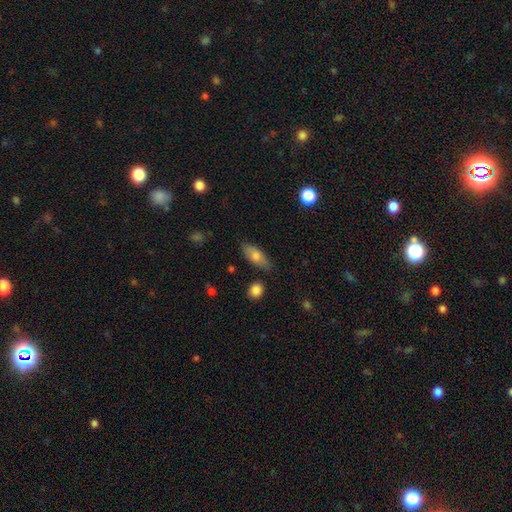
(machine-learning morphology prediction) Smooth or featured?
  - smooth: 71% *
  - featured or disk: 23%
  - star or artifact: 7%
How rounded?
  - in between: 81% *
  - cigar-shaped: 16%
  - round: 3%
Merging?
  - none: 79% *
  - minor disturbance: 16%
  - major disturbance: 3%
  - merger: 3%